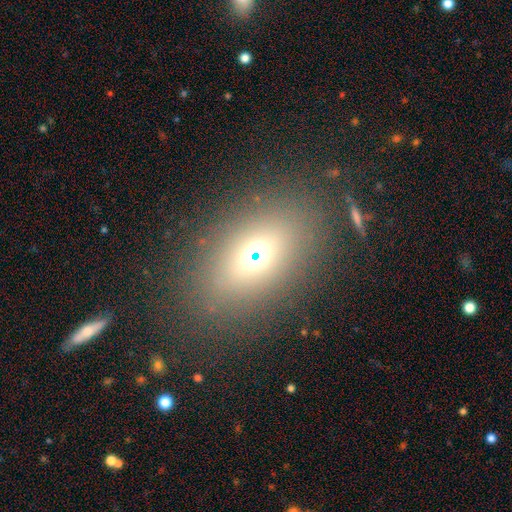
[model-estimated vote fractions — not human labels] Smooth or featured? smooth (60%)
How rounded? in between (74%)
Merging? none (81%)